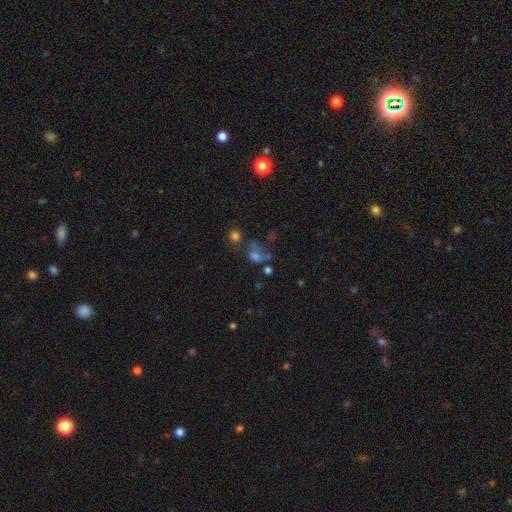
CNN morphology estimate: smooth 53%, star or artifact 27%, featured or disk 20%. Down the decision tree: how rounded — round (52%); merging — none (33%).